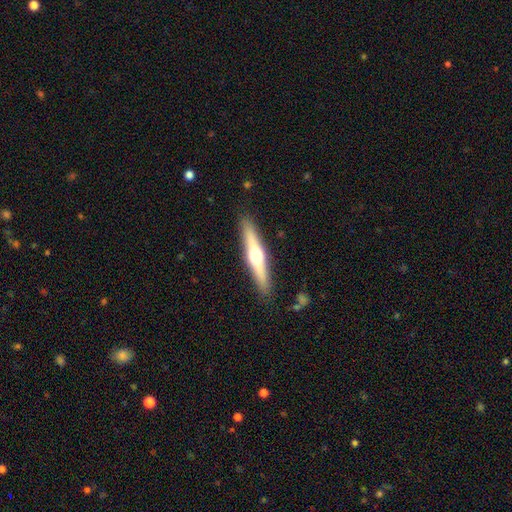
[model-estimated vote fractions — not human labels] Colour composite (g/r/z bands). It shows a featured or disk galaxy (57%) viewed edge-on (95%) with a rounded central bulge (93%). Merging: none (89%).